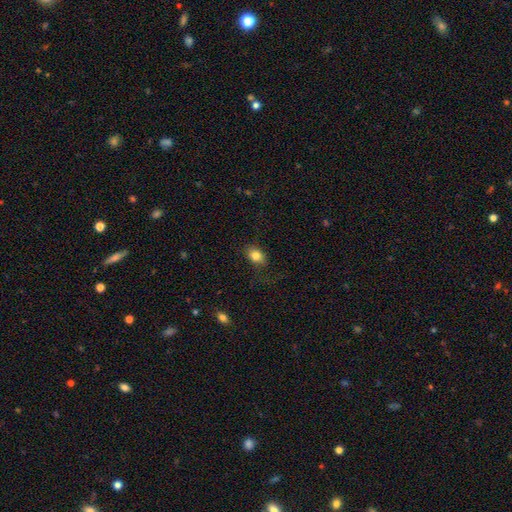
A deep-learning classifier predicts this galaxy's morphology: This appears to be a smooth galaxy with no disk features (82%) that is in between round and cigar-shaped (66%). Merging: none (74%).